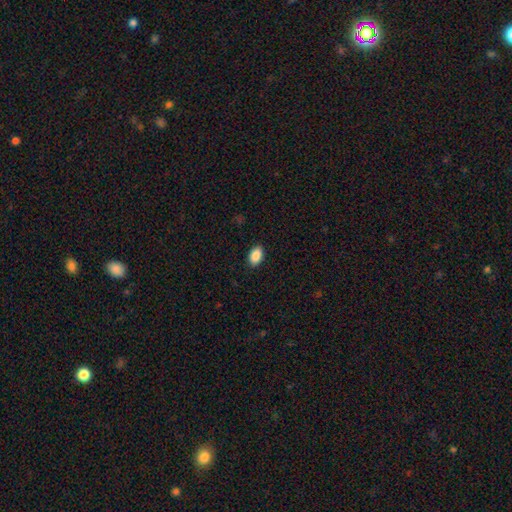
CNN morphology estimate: Q: Smooth or featured?
A: smooth (89%); runner-up: star or artifact (7%)
Q: How rounded?
A: in between (91%); runner-up: round (8%)
Q: Merging?
A: none (90%); runner-up: minor disturbance (7%)